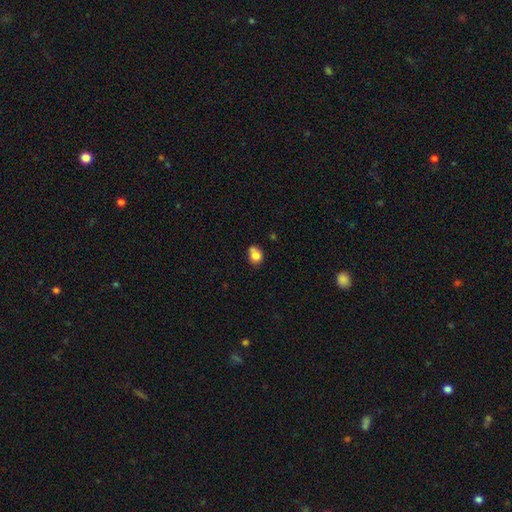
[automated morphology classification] smooth-or-featured: smooth: 80% | featured or disk: 10% | star or artifact: 10%
  how-rounded: in between: 52% | round: 47% | cigar-shaped: 1%
  merging: none: 50% | minor disturbance: 33% | merger: 9% | major disturbance: 8%